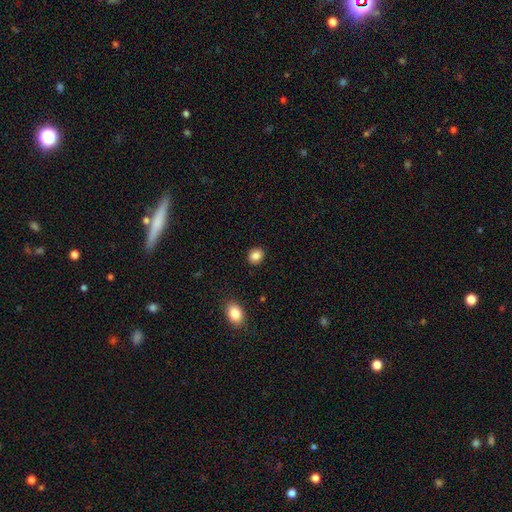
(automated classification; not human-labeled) This is clearly a smooth galaxy (86%). How rounded: likely round (62%). Merging: clearly none (89%).